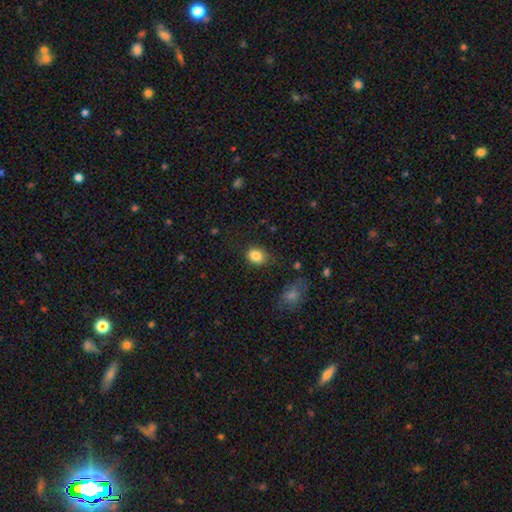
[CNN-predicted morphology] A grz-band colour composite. It shows a smooth galaxy with no disk features (84%) that is in between round and cigar-shaped (52%). Merging: none (80%).